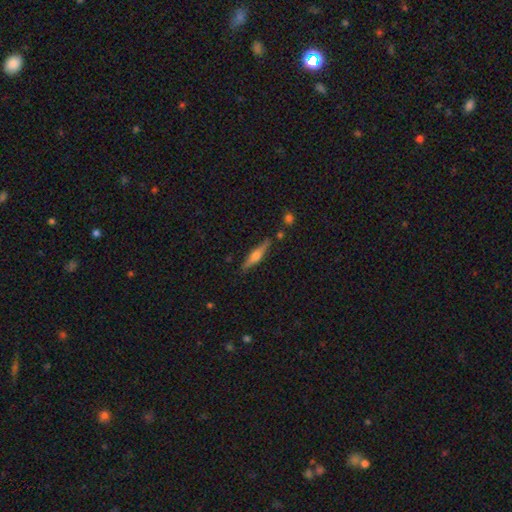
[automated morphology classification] featured or disk 63%, smooth 30%, star or artifact 7%. Down the decision tree: edge-on disk — yes (96%); edge-on bulge — rounded (88%); merging — none (84%).